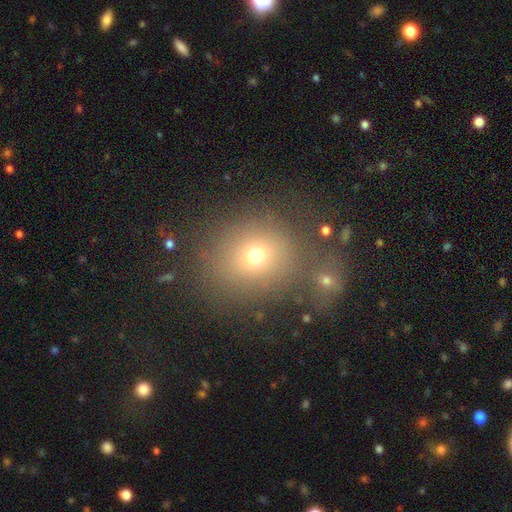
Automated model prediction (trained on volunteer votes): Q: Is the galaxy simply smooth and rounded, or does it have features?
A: smooth — 66%.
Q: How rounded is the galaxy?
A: round — 75%.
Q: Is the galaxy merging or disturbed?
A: none — 63%.